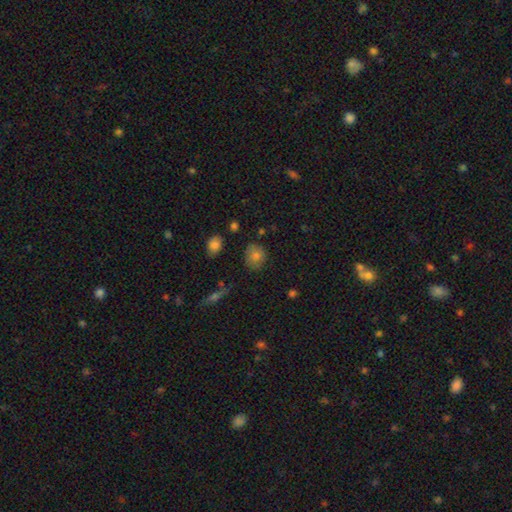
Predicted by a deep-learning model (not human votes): Smooth or featured? smooth (75%)
How rounded? round (77%)
Merging? none (77%)